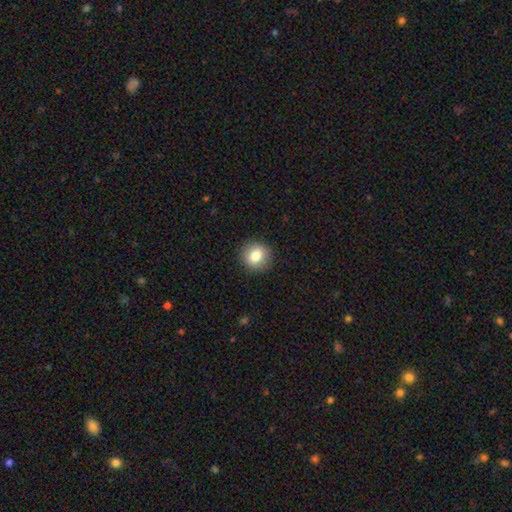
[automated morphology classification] This appears to be a smooth galaxy with no disk features (82%) that is round (87%). Merging: none (91%).